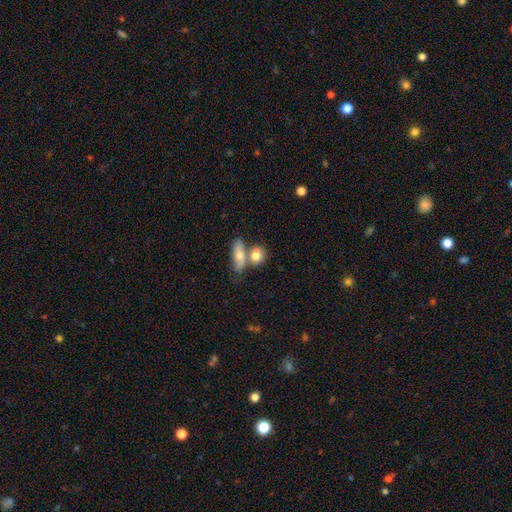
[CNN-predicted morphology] A smooth galaxy with no disk features (77%) that is in between round and cigar-shaped (57%).

Vote fractions:
- Smooth or featured? smooth: 77% / featured or disk: 16% / star or artifact: 7%
- How rounded? in between: 57% / round: 35% / cigar-shaped: 8%
- Merging? merger: 50% / none: 38% / minor disturbance: 9% / major disturbance: 4%